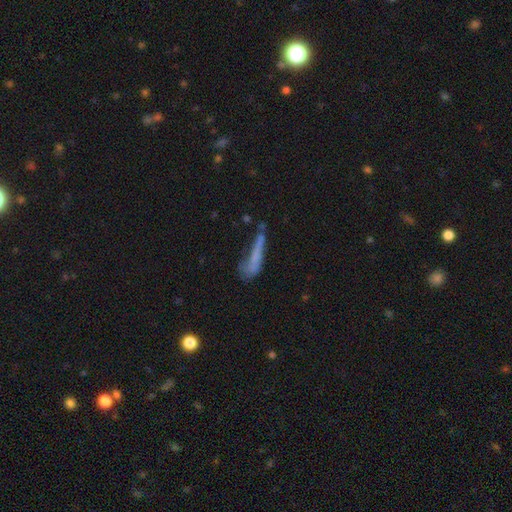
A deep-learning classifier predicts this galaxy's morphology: type=smooth (57%); roundness=cigar-shaped (83%); merging=none (38%).